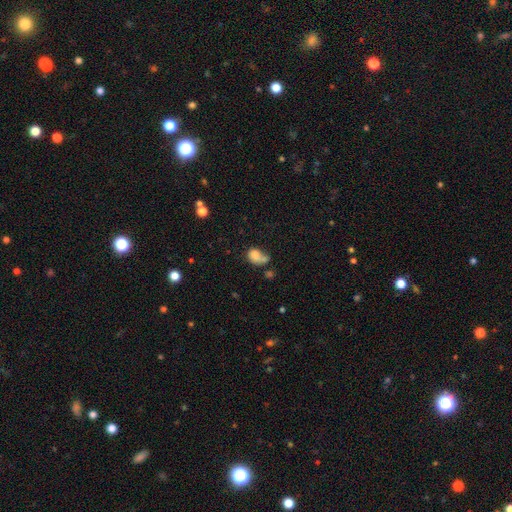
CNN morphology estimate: This is likely a smooth galaxy (73%). How rounded: likely in between (61%). Merging: marginally merger (34%).